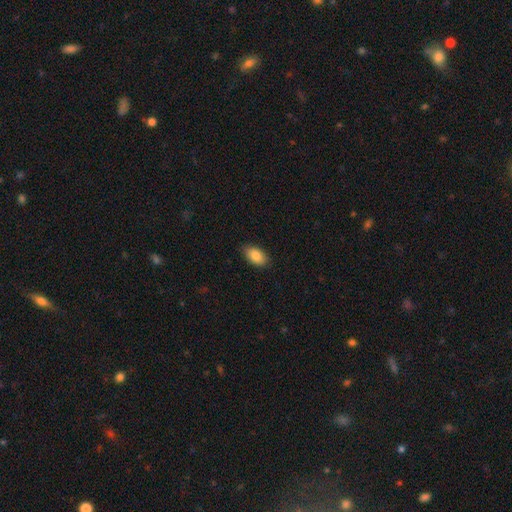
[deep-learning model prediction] The model was most divided on "merging": none: 86%, minor disturbance: 11%, major disturbance: 2%, merger: 1%. More confident: how rounded — in between (93%); smooth or featured — smooth (86%).